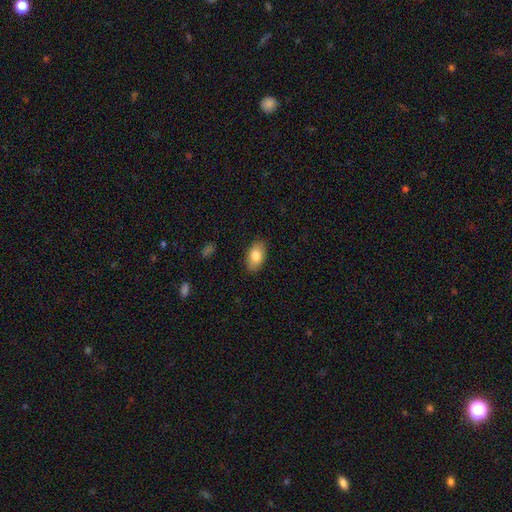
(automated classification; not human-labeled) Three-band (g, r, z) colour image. It shows a smooth galaxy with no disk features (81%) that is in between round and cigar-shaped (93%). Merging: none (88%).